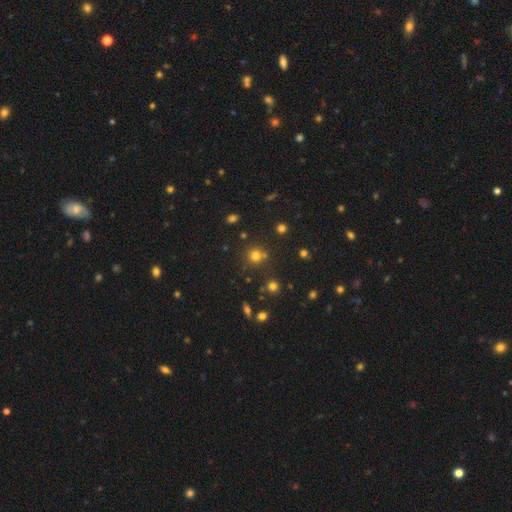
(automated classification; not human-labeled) A smooth galaxy with no disk features (71%) that is round (90%). Merging: none (71%).